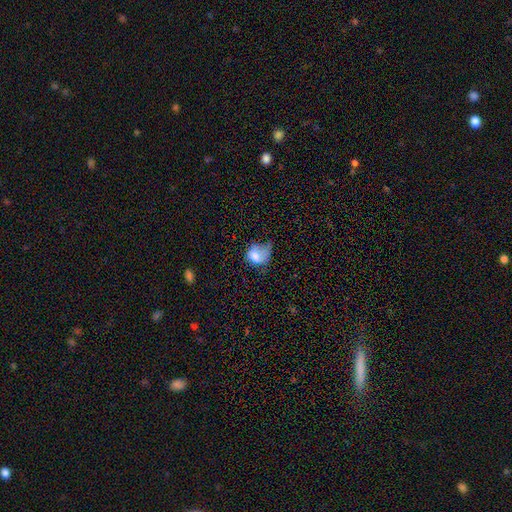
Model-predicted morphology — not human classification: smooth 69%, featured or disk 20%, star or artifact 10%. Down the decision tree: how rounded — in between (53%); merging — major disturbance (37%).